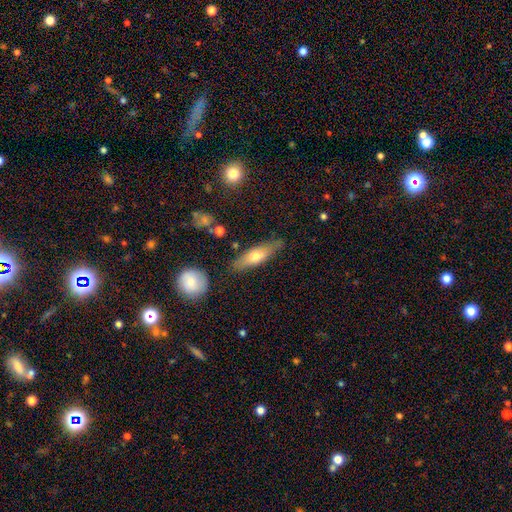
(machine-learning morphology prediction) A smooth galaxy with no disk features (58%) that is cigar-shaped (58%).

Vote fractions:
- Smooth or featured? smooth: 58% / featured or disk: 36% / star or artifact: 6%
- How rounded? cigar-shaped: 58% / in between: 39% / round: 3%
- Merging? none: 77% / minor disturbance: 16% / major disturbance: 3% / merger: 3%